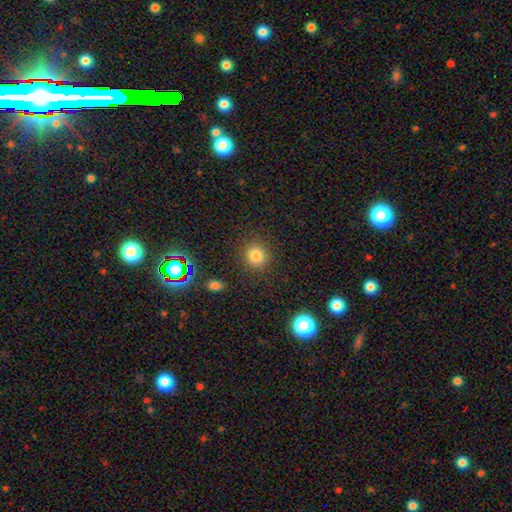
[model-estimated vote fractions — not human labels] This appears to be a smooth galaxy with no disk features (80%) that is round (86%). Merging: none (87%).